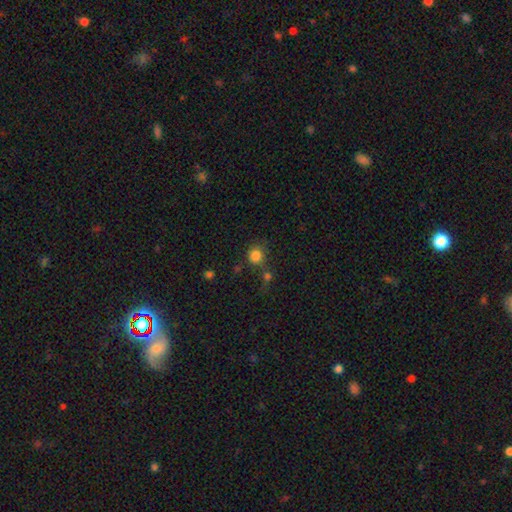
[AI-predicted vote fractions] Smooth or featured?
  - smooth: 83% *
  - star or artifact: 12%
  - featured or disk: 5%
How rounded?
  - round: 87% *
  - in between: 12%
  - cigar-shaped: 1%
Merging?
  - none: 66% *
  - merger: 15%
  - minor disturbance: 13%
  - major disturbance: 6%